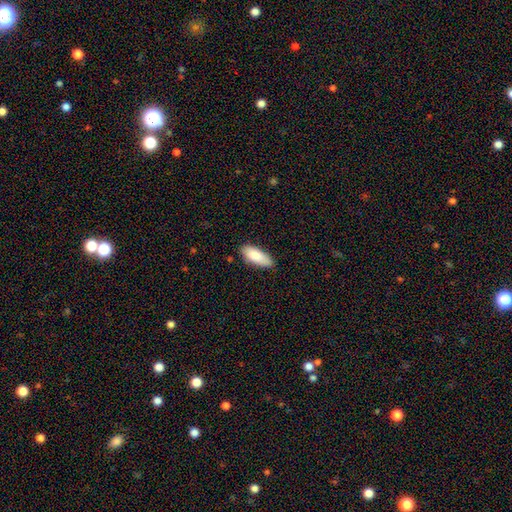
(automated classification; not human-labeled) A smooth galaxy with no disk features (86%) that is in between round and cigar-shaped (81%).

Vote fractions:
- Smooth or featured? smooth: 86% / featured or disk: 8% / star or artifact: 6%
- How rounded? in between: 81% / cigar-shaped: 17% / round: 2%
- Merging? none: 82% / minor disturbance: 15% / major disturbance: 2% / merger: 1%